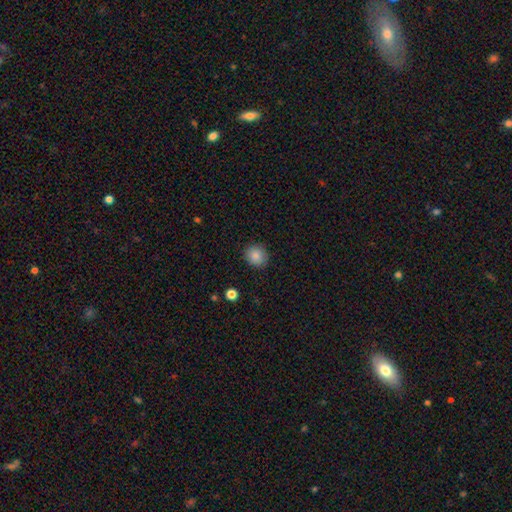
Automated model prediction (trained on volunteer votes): Smooth or featured?
  - smooth: 86% *
  - star or artifact: 9%
  - featured or disk: 5%
How rounded?
  - round: 85% *
  - in between: 14%
  - cigar-shaped: 1%
Merging?
  - none: 89% *
  - minor disturbance: 8%
  - major disturbance: 2%
  - merger: 1%